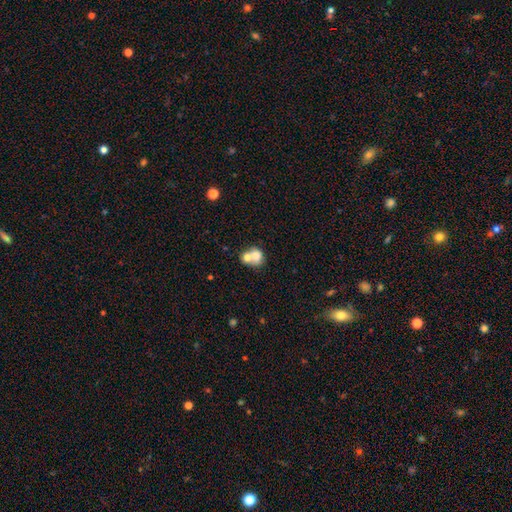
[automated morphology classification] Q: Smooth or featured?
A: smooth (69%); runner-up: featured or disk (21%)
Q: How rounded?
A: round (60%); runner-up: in between (39%)
Q: Merging?
A: merger (63%); runner-up: none (25%)